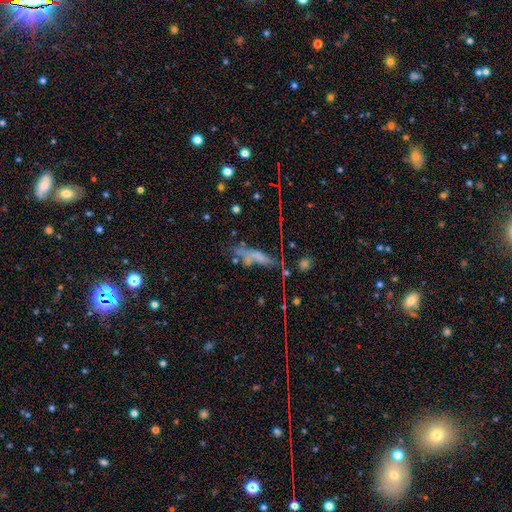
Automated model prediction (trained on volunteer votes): Overall: smooth (45%; featured or disk 32%). Merging: none (46%; minor disturbance 22%).